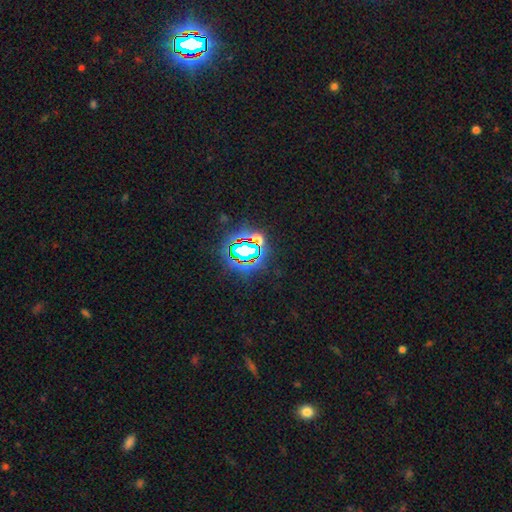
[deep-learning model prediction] This appears to be a star or artifact, not a galaxy (78%).